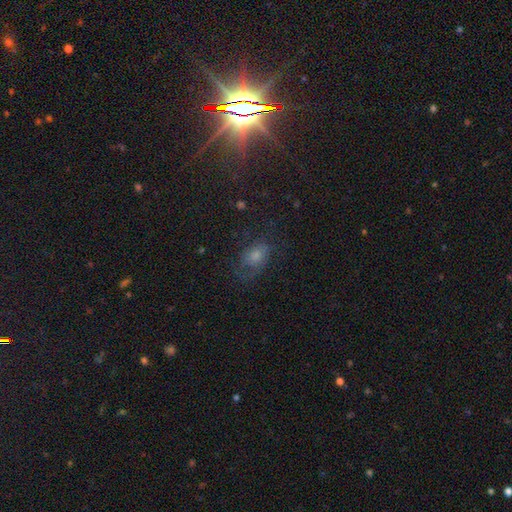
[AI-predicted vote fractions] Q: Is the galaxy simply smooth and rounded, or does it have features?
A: smooth — 42%.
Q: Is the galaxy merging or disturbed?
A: none — 55%.